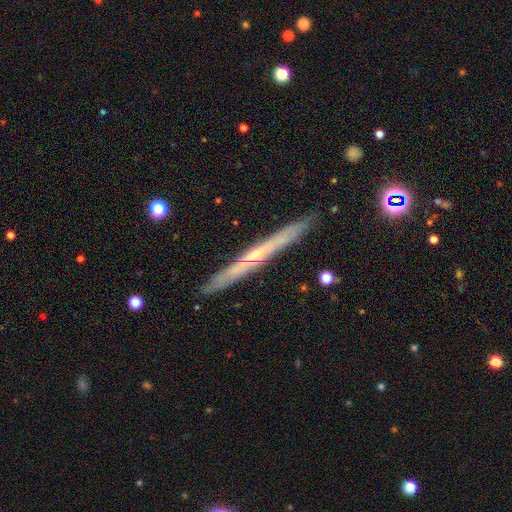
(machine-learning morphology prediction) This appears to be a featured or disk galaxy (71%) viewed edge-on (96%) with no central bulge (52%). Merging: none (90%).